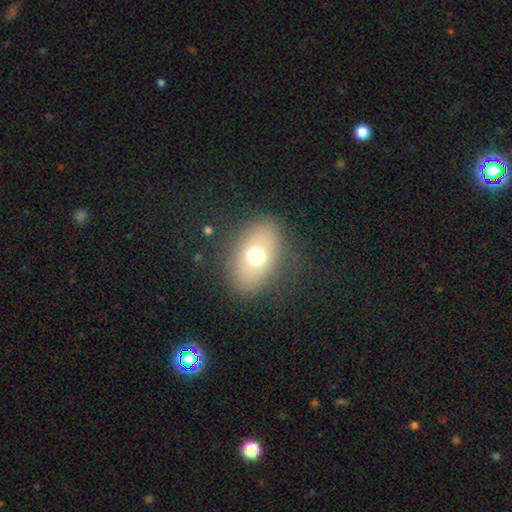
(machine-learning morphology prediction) Smooth or featured?
  - smooth: 65% *
  - featured or disk: 22%
  - star or artifact: 13%
How rounded?
  - in between: 80% *
  - round: 18%
  - cigar-shaped: 2%
Merging?
  - none: 84% *
  - minor disturbance: 11%
  - major disturbance: 4%
  - merger: 1%